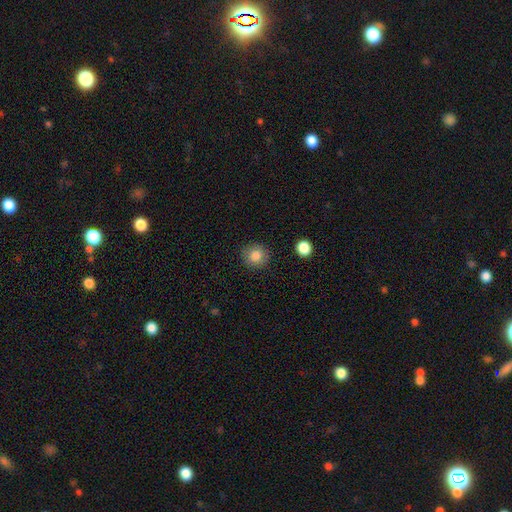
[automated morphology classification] smooth-or-featured: smooth: 84% | star or artifact: 10% | featured or disk: 6%
  how-rounded: round: 91% | in between: 8% | cigar-shaped: 1%
  merging: none: 88% | minor disturbance: 8% | major disturbance: 2% | merger: 2%